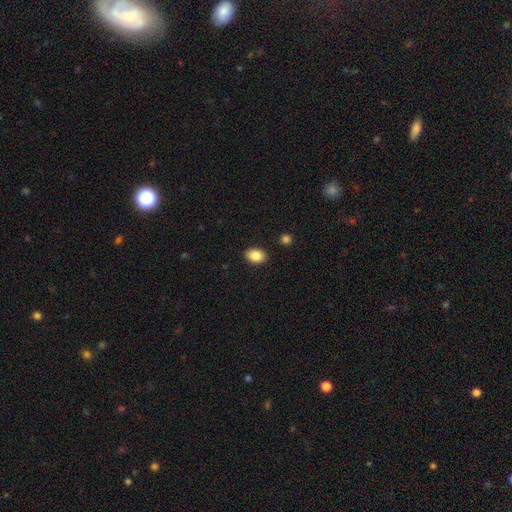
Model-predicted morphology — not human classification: A smooth galaxy with no disk features (86%) that is in between round and cigar-shaped (83%). Merging: none (89%).